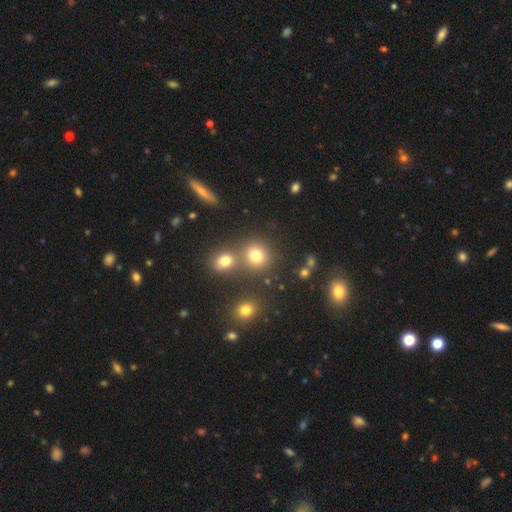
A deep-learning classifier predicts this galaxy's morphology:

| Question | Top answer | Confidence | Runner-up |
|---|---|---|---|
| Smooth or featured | smooth | 75% | star or artifact (17%) |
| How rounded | round | 88% | in between (11%) |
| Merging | none | 67% | merger (22%) |